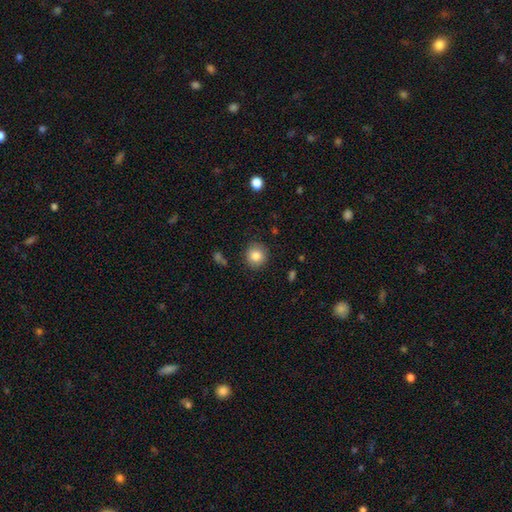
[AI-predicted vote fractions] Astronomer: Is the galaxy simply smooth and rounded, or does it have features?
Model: smooth — 84%.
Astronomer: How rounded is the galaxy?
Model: round — 90%.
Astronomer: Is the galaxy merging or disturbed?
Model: none — 88%.